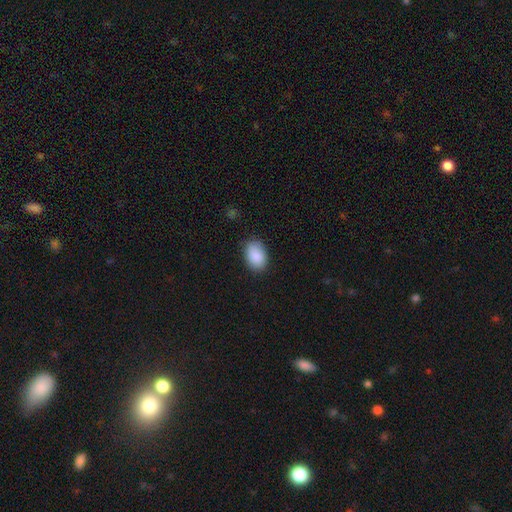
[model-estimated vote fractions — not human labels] Smooth or featured? Predicted: smooth (p=0.89). How rounded? Predicted: in between (p=0.86). Merging? Predicted: none (p=0.83).